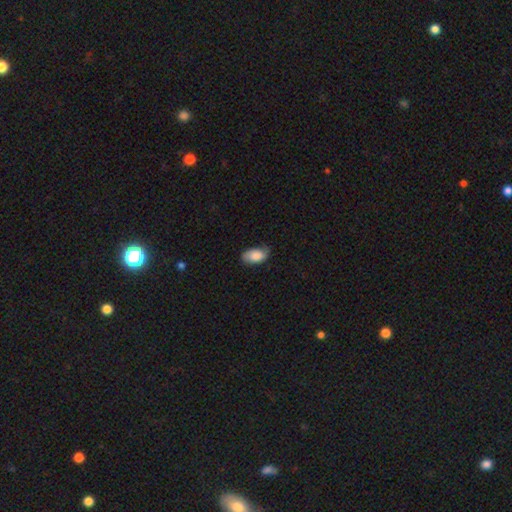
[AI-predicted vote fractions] Q: Smooth or featured?
A: smooth (82%); runner-up: featured or disk (11%)
Q: How rounded?
A: in between (94%); runner-up: round (5%)
Q: Merging?
A: none (64%); runner-up: minor disturbance (29%)